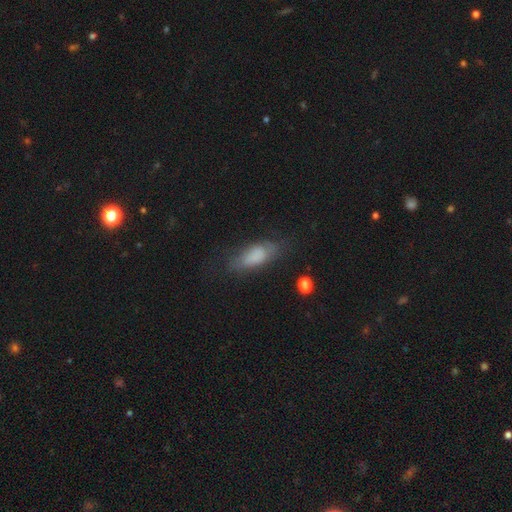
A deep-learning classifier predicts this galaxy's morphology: This appears to be a smooth galaxy with no disk features (70%) that is in between round and cigar-shaped (73%). Merging: none (56%).